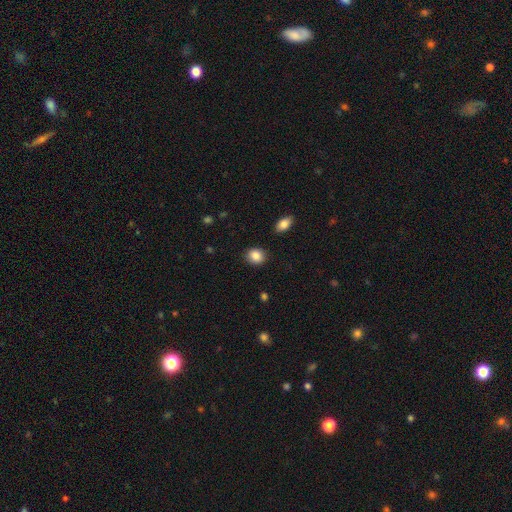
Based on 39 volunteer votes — smooth 97%, star or artifact 3%, featured or disk 0%. Down the decision tree: how rounded — round (74%); merging — none (95%).